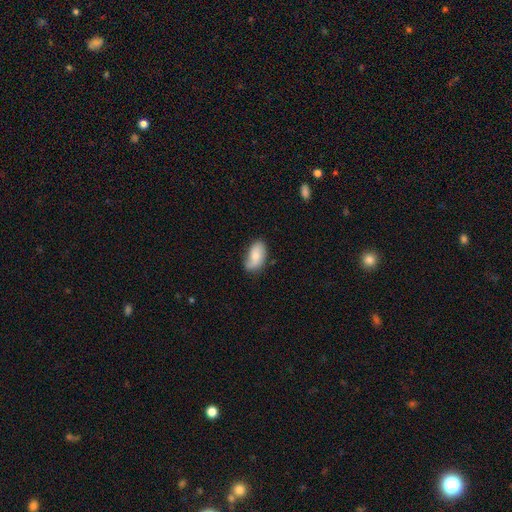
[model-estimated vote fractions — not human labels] Smooth or featured?
  - smooth: 65% *
  - featured or disk: 28%
  - star or artifact: 7%
How rounded?
  - in between: 93% *
  - round: 4%
  - cigar-shaped: 2%
Merging?
  - none: 60% *
  - minor disturbance: 29%
  - major disturbance: 8%
  - merger: 3%